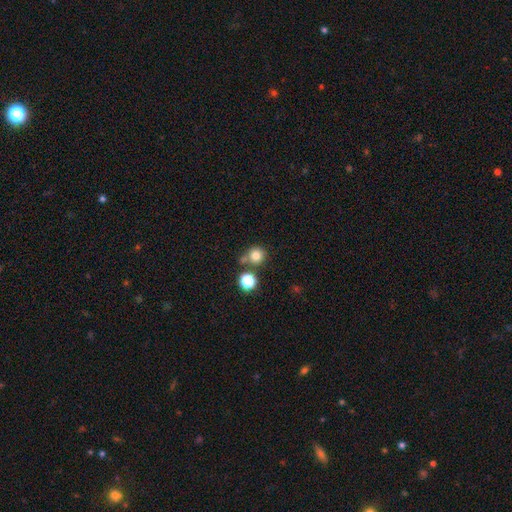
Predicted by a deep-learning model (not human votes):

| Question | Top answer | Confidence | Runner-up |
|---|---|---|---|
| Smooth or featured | smooth | 79% | star or artifact (14%) |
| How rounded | round | 92% | in between (7%) |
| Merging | none | 68% | merger (19%) |